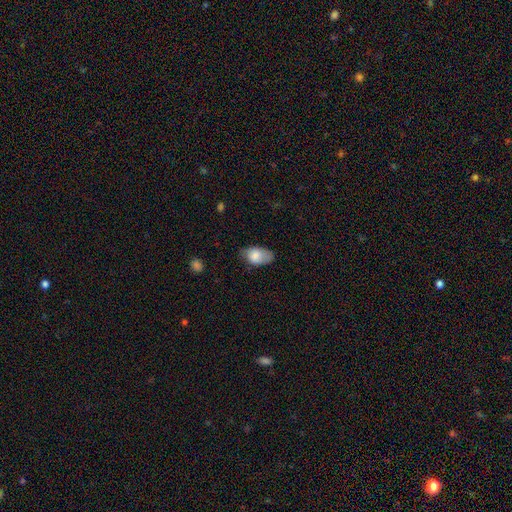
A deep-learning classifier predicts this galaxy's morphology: type=smooth (79%); roundness=in between (92%); merging=none (56%).